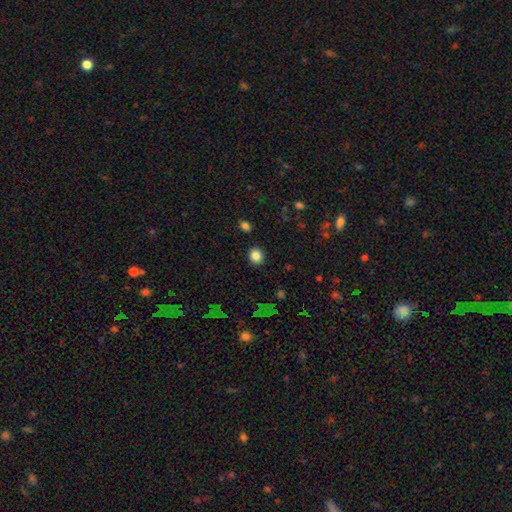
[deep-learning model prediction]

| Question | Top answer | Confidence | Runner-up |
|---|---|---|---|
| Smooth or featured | smooth | 86% | star or artifact (10%) |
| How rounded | round | 77% | in between (22%) |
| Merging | none | 90% | minor disturbance (6%) |